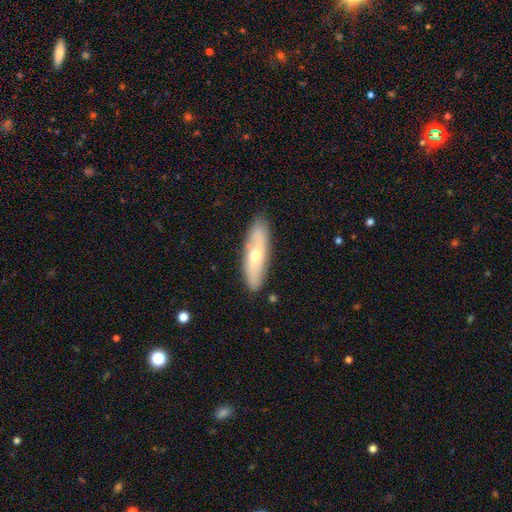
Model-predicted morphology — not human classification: Q: Smooth or featured?
A: featured or disk (50%); runner-up: smooth (44%)
Q: Merging?
A: none (85%); runner-up: minor disturbance (11%)